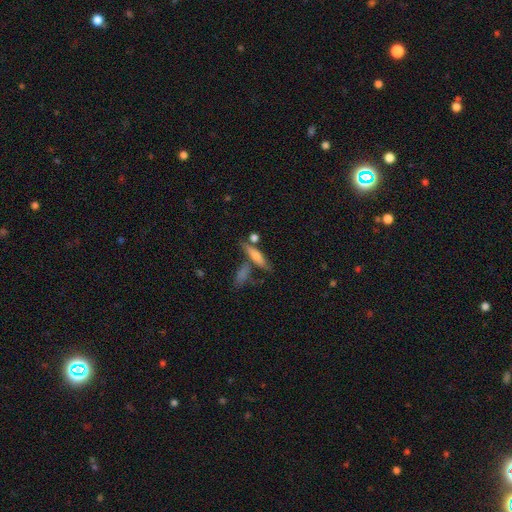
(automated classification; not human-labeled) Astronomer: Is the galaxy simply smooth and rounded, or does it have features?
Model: smooth — 59%.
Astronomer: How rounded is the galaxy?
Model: cigar-shaped — 75%.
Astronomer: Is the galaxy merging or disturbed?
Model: none — 61%.